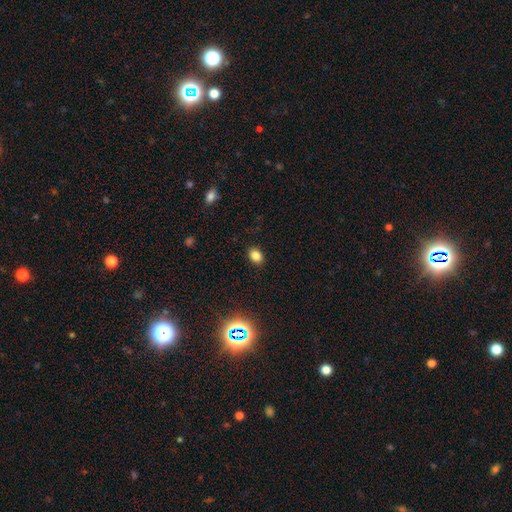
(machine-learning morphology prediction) The model was most divided on "how rounded": in between: 65%, round: 33%, cigar-shaped: 1%. More confident: merging — none (88%); smooth or featured — smooth (81%).